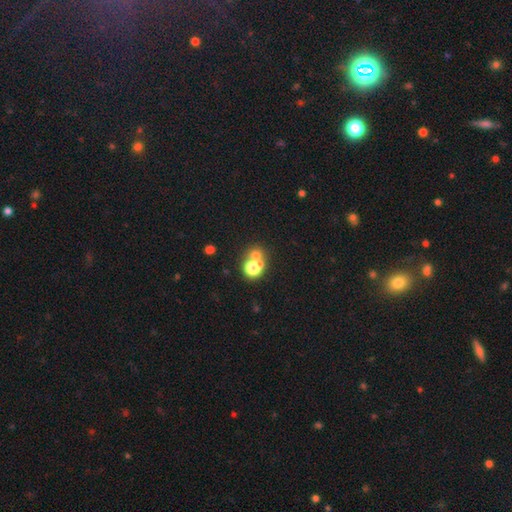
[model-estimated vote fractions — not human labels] Smooth or featured?
  - smooth: 64% *
  - star or artifact: 21%
  - featured or disk: 15%
How rounded?
  - round: 80% *
  - in between: 19%
  - cigar-shaped: 1%
Merging?
  - merger: 45% *
  - none: 44%
  - minor disturbance: 6%
  - major disturbance: 4%